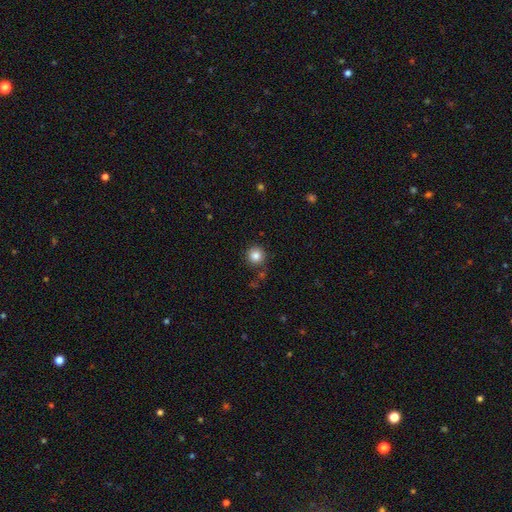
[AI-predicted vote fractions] Smooth or featured: smooth — 84% (star or artifact — 11%)
How rounded: round — 94% (in between — 5%)
Merging: none — 85% (minor disturbance — 8%)